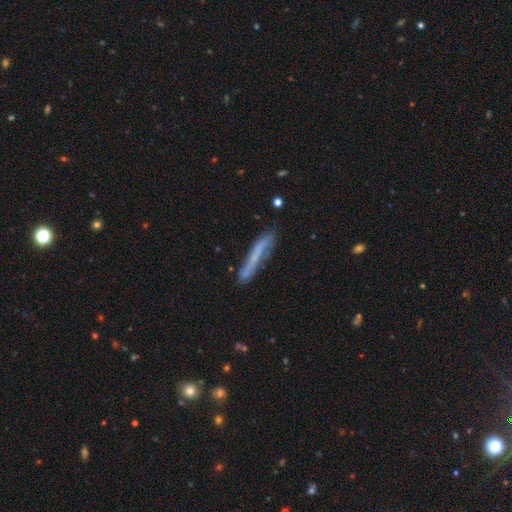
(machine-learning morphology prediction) A smooth galaxy with no disk features (52%) that is cigar-shaped (95%).

Vote fractions:
- Smooth or featured? smooth: 52% / featured or disk: 40% / star or artifact: 8%
- How rounded? cigar-shaped: 95% / in between: 4% / round: 1%
- Merging? none: 73% / minor disturbance: 19% / major disturbance: 5% / merger: 3%